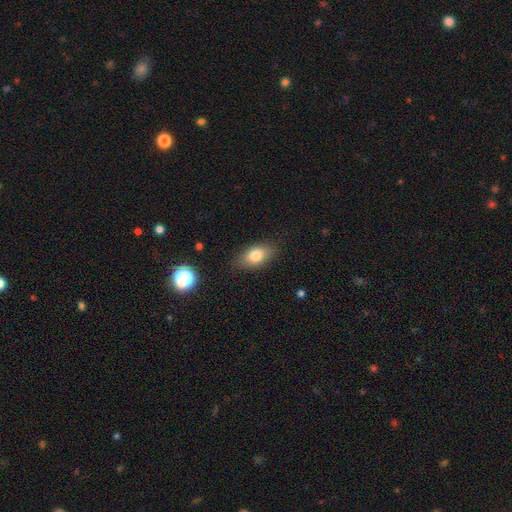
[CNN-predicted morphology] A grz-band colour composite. It shows a smooth galaxy with no disk features (78%) that is in between round and cigar-shaped (87%). Merging: none (82%).